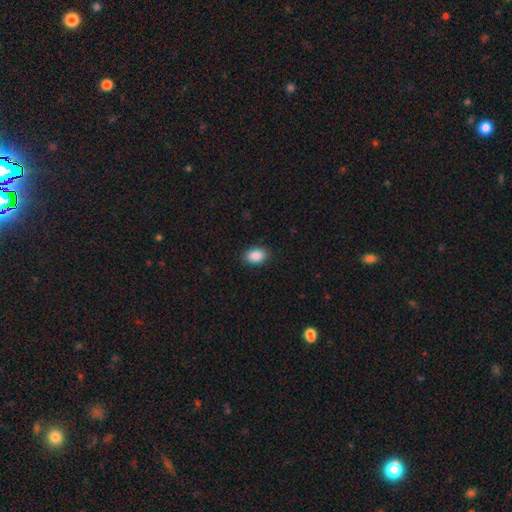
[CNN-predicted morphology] smooth_or_featured: smooth (p=0.90) [alt: star or artifact p=0.07]
how_rounded: in between (p=0.84) [alt: round p=0.15]
merging: none (p=0.89) [alt: minor disturbance p=0.08]